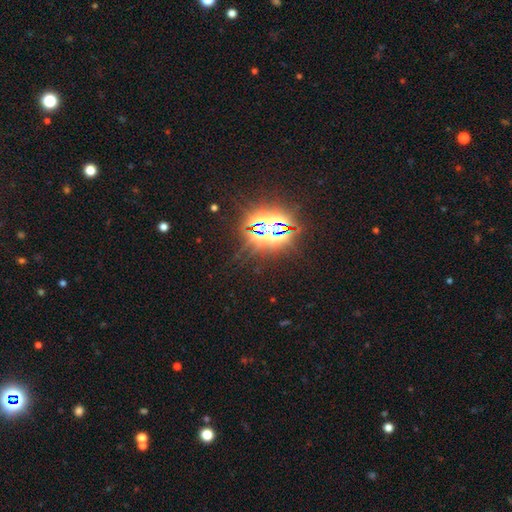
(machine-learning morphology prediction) Smooth or featured?
  - star or artifact: 78% *
  - smooth: 15%
  - featured or disk: 7%